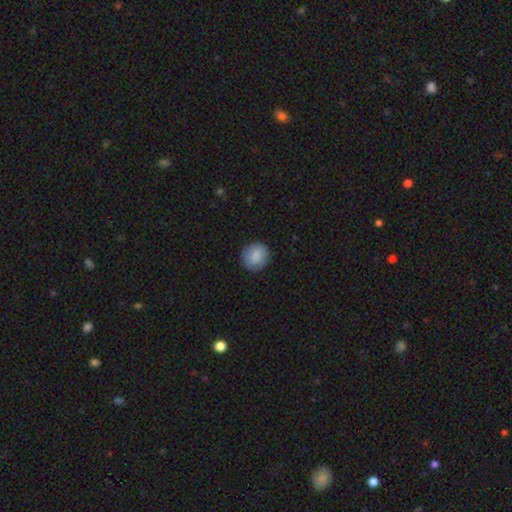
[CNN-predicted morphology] A smooth galaxy with no disk features (84%) that is round (89%). Merging: none (87%).